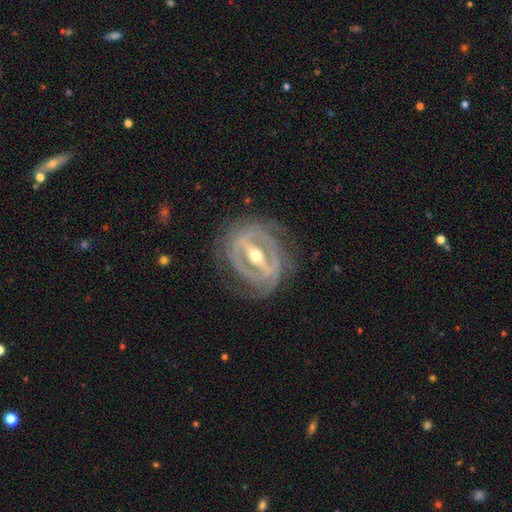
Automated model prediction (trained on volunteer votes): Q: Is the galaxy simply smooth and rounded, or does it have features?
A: featured or disk — 91%.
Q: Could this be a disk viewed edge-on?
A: no — 90%.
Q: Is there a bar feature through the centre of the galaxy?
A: strong — 81%.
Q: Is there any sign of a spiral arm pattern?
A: yes — 85%.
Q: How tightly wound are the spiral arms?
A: tight — 66%.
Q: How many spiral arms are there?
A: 2 — 36%.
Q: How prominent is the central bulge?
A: moderate — 70%.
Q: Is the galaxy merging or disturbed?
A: none — 75%.